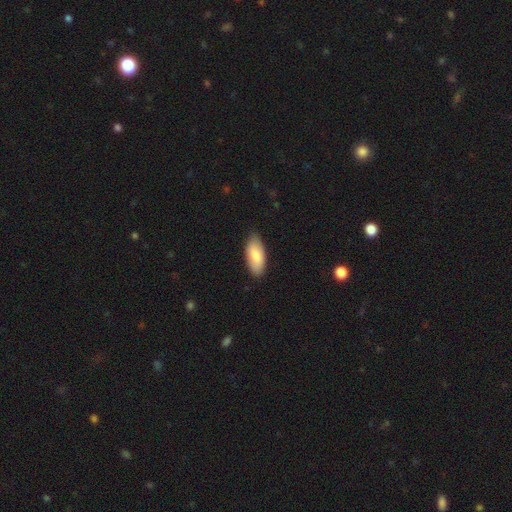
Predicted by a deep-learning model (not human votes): The model was most divided on "merging": none: 85%, minor disturbance: 12%, major disturbance: 2%, merger: 1%. More confident: how rounded — in between (88%); smooth or featured — smooth (84%).